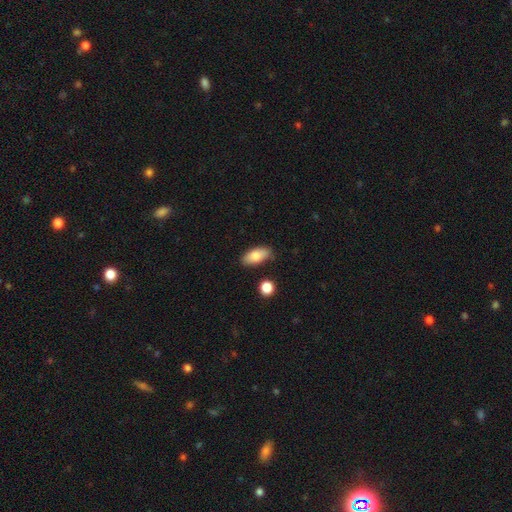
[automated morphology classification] A smooth galaxy with no disk features (82%) that is in between round and cigar-shaped (89%).

Vote fractions:
- Smooth or featured? smooth: 82% / featured or disk: 11% / star or artifact: 7%
- How rounded? in between: 89% / cigar-shaped: 8% / round: 3%
- Merging? none: 82% / minor disturbance: 13% / merger: 3% / major disturbance: 3%